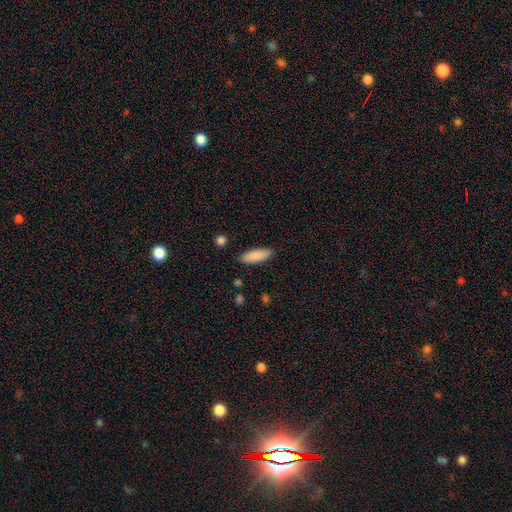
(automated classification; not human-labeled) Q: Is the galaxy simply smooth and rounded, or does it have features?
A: smooth — 88%.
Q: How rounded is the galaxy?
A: in between — 62%.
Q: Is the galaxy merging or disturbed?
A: none — 88%.